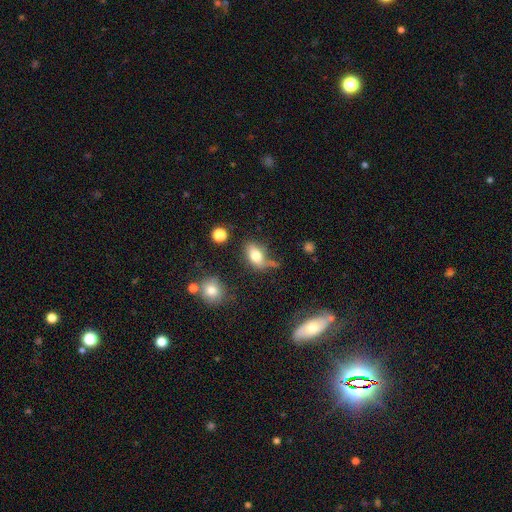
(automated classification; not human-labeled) Q: Smooth or featured?
A: smooth (73%); runner-up: featured or disk (17%)
Q: How rounded?
A: in between (82%); runner-up: round (14%)
Q: Merging?
A: none (49%); runner-up: minor disturbance (25%)